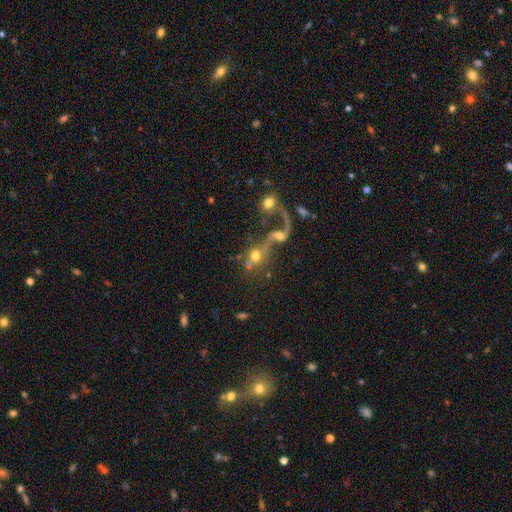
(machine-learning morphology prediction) A smooth galaxy with no disk features (47%).

Vote fractions:
- Smooth or featured? smooth: 47% / featured or disk: 38% / star or artifact: 16%
- Merging? merger: 52% / none: 26% / major disturbance: 13% / minor disturbance: 8%